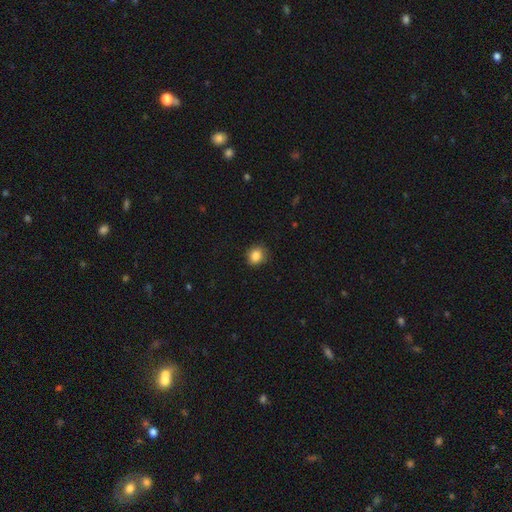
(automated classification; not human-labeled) Q: Smooth or featured?
A: smooth (86%); runner-up: star or artifact (10%)
Q: How rounded?
A: round (68%); runner-up: in between (31%)
Q: Merging?
A: none (82%); runner-up: minor disturbance (14%)